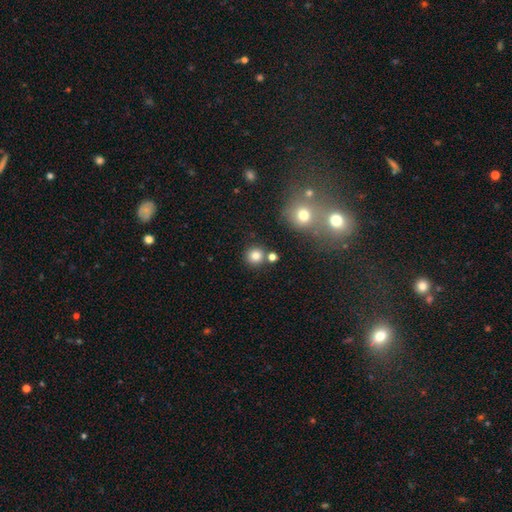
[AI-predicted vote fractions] A smooth galaxy with no disk features (81%) that is round (91%). Merging: none (79%).